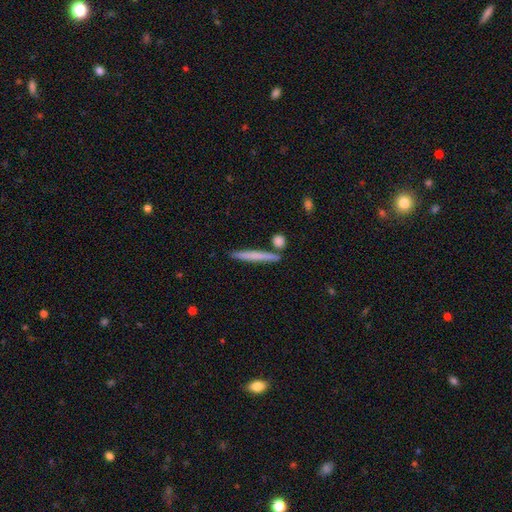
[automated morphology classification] A smooth galaxy with no disk features (63%) that is cigar-shaped (95%). Merging: none (83%).